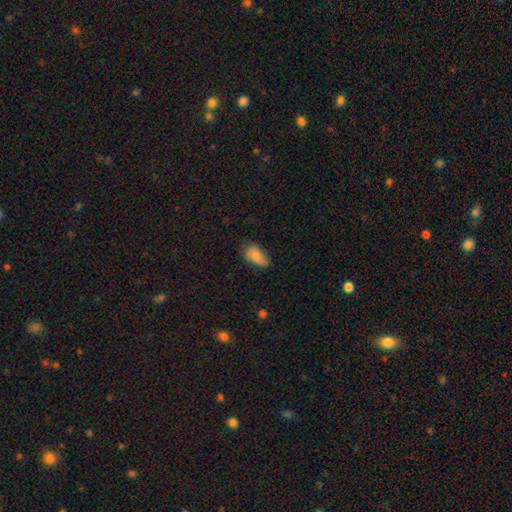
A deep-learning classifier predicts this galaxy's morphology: A smooth galaxy with no disk features (74%) that is in between round and cigar-shaped (92%).

Vote fractions:
- Smooth or featured? smooth: 74% / featured or disk: 19% / star or artifact: 8%
- How rounded? in between: 92% / round: 6% / cigar-shaped: 3%
- Merging? none: 55% / minor disturbance: 33% / major disturbance: 10% / merger: 2%